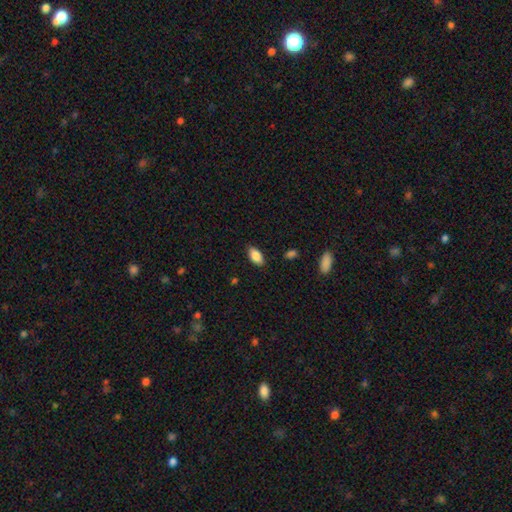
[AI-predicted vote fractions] smooth_or_featured: smooth (p=0.86) [alt: star or artifact p=0.07]
how_rounded: in between (p=0.92) [alt: cigar-shaped p=0.05]
merging: none (p=0.85) [alt: minor disturbance p=0.11]